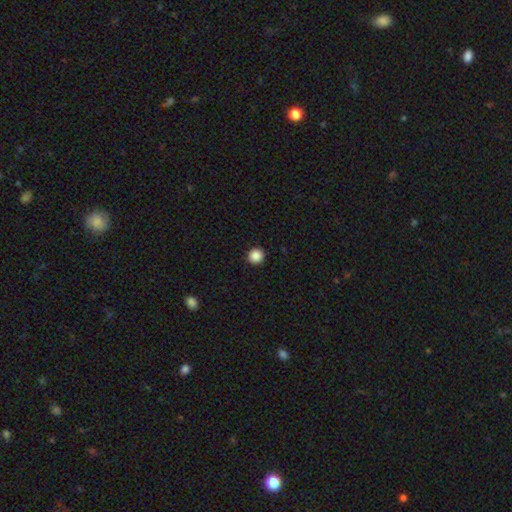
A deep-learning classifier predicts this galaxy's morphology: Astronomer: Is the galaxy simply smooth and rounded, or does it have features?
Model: smooth — 88%.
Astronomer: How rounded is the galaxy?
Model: round — 95%.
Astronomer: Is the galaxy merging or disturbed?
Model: none — 94%.